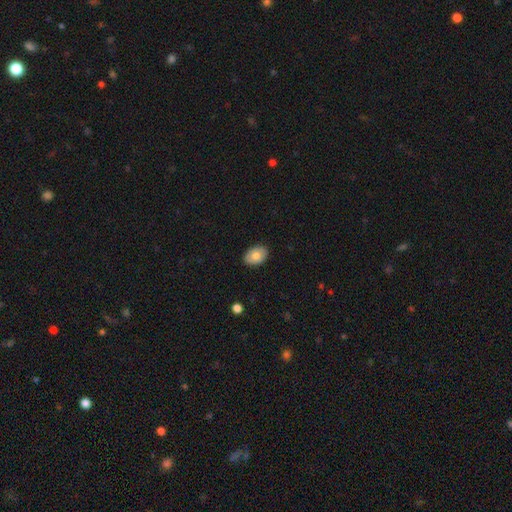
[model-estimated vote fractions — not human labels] Smooth or featured? Predicted: smooth (p=0.72). How rounded? Predicted: in between (p=0.82). Merging? Predicted: none (p=0.87).